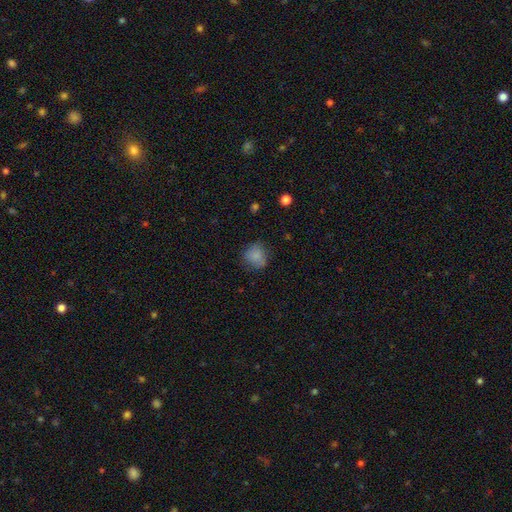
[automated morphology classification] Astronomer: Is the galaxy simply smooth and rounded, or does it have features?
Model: smooth — 82%.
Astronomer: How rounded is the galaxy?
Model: round — 79%.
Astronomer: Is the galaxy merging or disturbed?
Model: none — 70%.